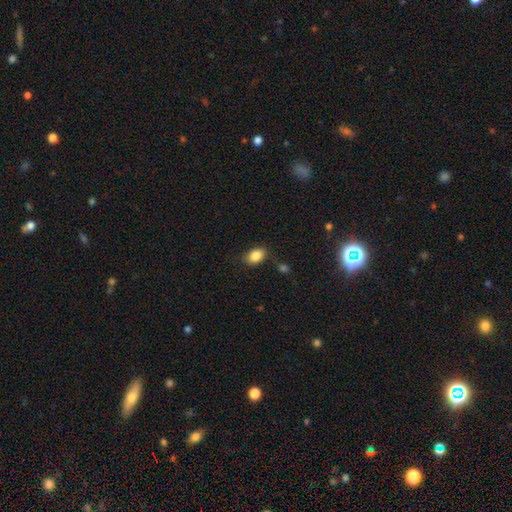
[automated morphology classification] A smooth galaxy with no disk features (86%) that is in between round and cigar-shaped (79%). Merging: none (76%).